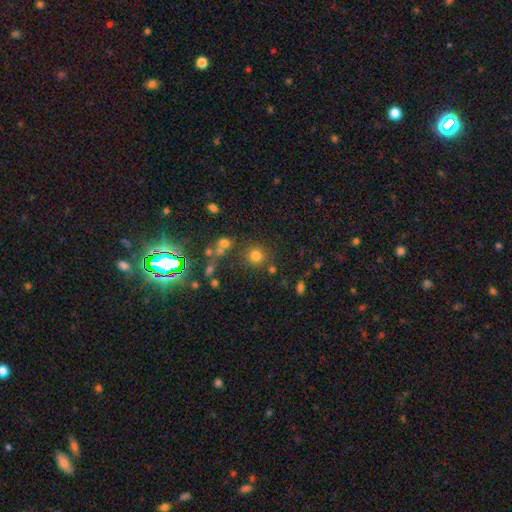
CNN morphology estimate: Smooth or featured? smooth (74%)
How rounded? round (91%)
Merging? none (76%)